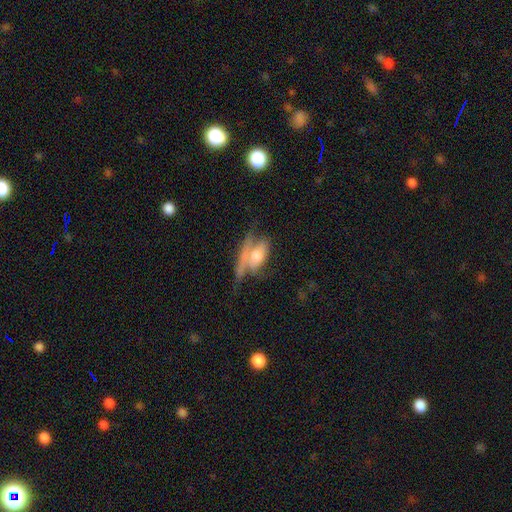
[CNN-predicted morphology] Smooth or featured?
  - smooth: 50% *
  - featured or disk: 41%
  - star or artifact: 9%
Merging?
  - none: 28% * (tied)
  - major disturbance: 28% * (tied)
  - merger: 24%
  - minor disturbance: 20%